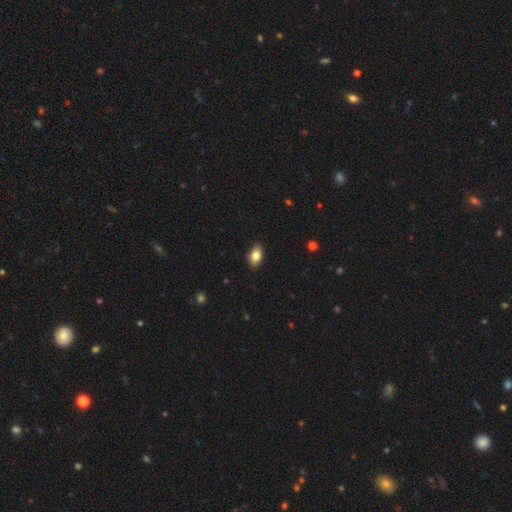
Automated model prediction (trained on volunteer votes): smooth_or_featured: smooth (p=0.83) [alt: featured or disk p=0.09]
how_rounded: in between (p=0.90) [alt: round p=0.07]
merging: none (p=0.87) [alt: minor disturbance p=0.10]